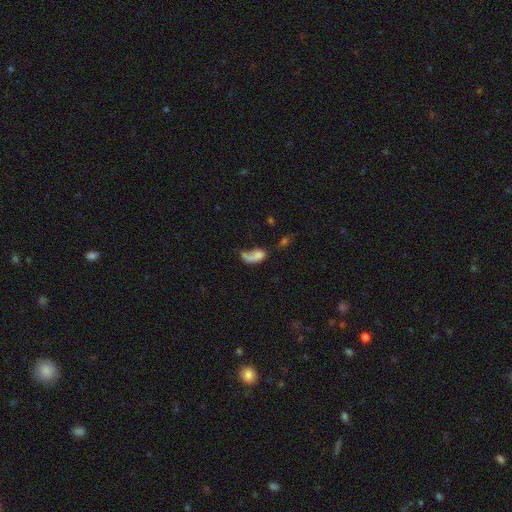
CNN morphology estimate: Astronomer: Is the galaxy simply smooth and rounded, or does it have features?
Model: smooth — 61%.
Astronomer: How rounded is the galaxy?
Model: in between — 80%.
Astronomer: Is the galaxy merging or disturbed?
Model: major disturbance — 34% (runner-up: merger, 29%).